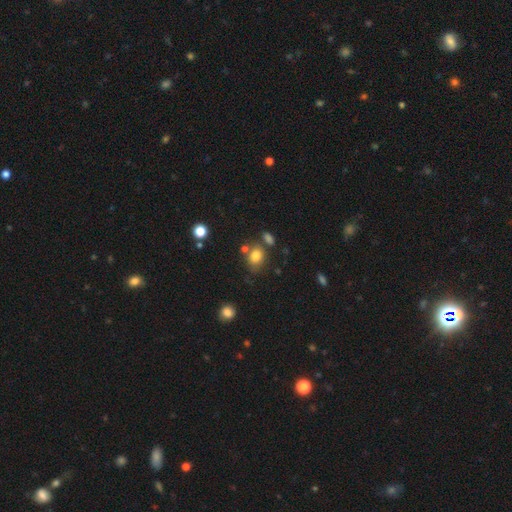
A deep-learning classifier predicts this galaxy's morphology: Q: Smooth or featured?
A: smooth (80%); runner-up: star or artifact (12%)
Q: How rounded?
A: in between (56%); runner-up: round (43%)
Q: Merging?
A: none (65%); runner-up: minor disturbance (16%)